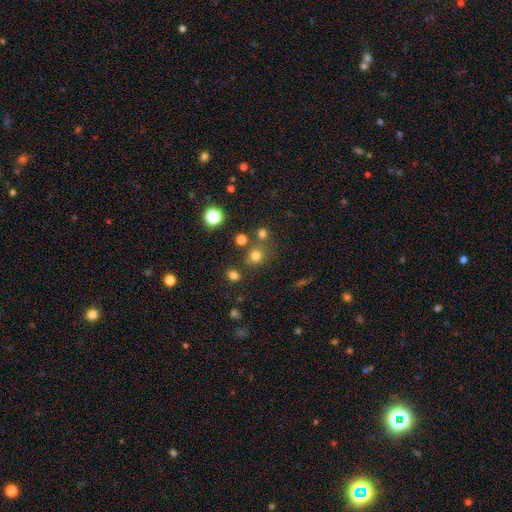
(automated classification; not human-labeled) Morphology: type=smooth (72%); roundness=round (87%); merging=none (70%).